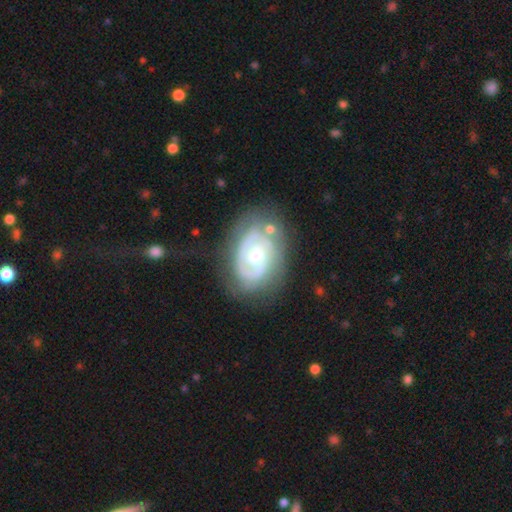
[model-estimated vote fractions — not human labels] Smooth or featured?
  - featured or disk: 82% *
  - smooth: 14%
  - star or artifact: 5%
Edge-on disk?
  - no: 96% *
  - yes: 4%
Bar?
  - no: 72% *
  - weak: 23%
  - strong: 5%
Spiral arms?
  - yes: 80% *
  - no: 20%
Spiral winding?
  - tight: 68% *
  - medium: 23%
  - loose: 9%
Spiral arm count?
  - 2: 38% *
  - can't tell: 29%
  - 1: 21%
  - 3: 8%
  - 4: 2%
  - more than 4: 2%
Bulge size?
  - moderate: 71% *
  - small: 18%
  - large: 8%
  - none: 1%
  - dominant: 1%
Merging?
  - none: 62% *
  - minor disturbance: 21%
  - major disturbance: 11%
  - merger: 5%